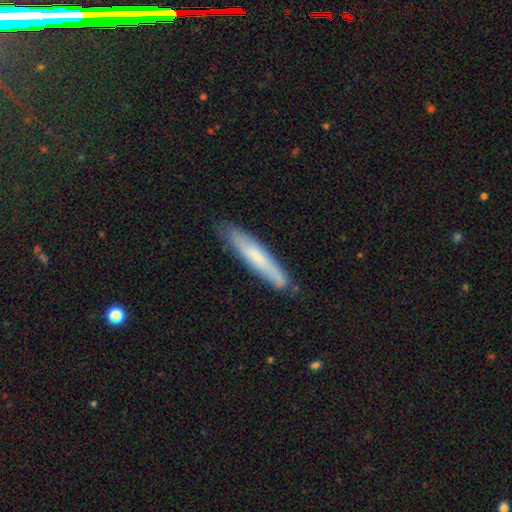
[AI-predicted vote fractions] Smooth or featured? smooth (64%)
How rounded? cigar-shaped (92%)
Merging? none (80%)